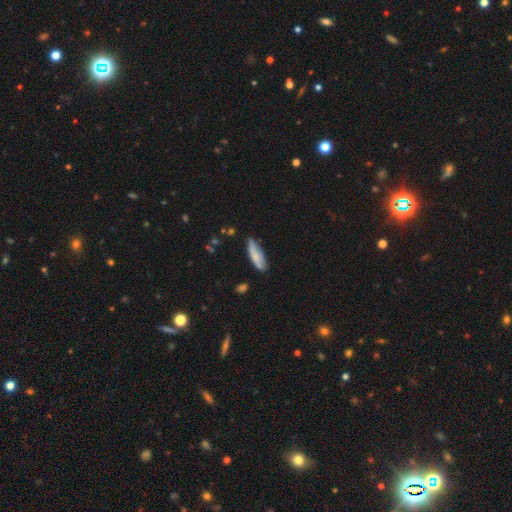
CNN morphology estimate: A smooth galaxy with no disk features (75%) that is cigar-shaped (52%). Merging: none (70%).